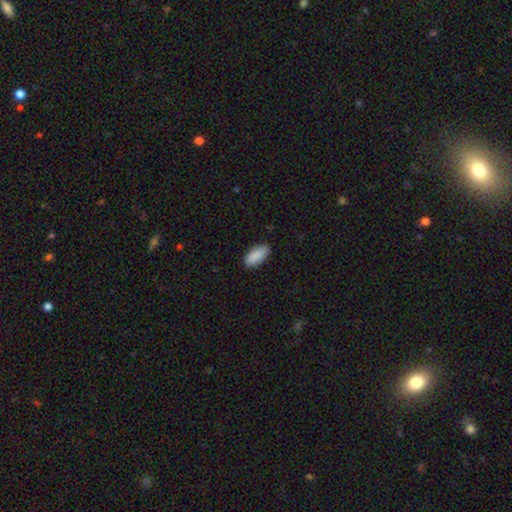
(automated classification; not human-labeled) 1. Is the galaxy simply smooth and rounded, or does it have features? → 90% smooth, 6% star or artifact, 4% featured or disk.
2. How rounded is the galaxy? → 90% in between, 8% cigar-shaped, 2% round.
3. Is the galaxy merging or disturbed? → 86% none, 11% minor disturbance, 2% major disturbance, 1% merger.